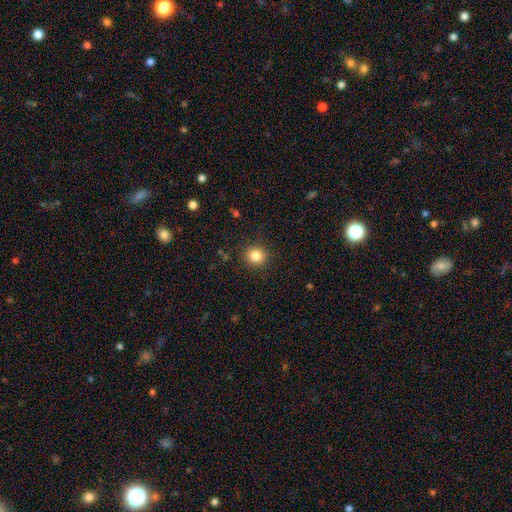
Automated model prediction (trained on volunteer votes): Smooth or featured? Predicted: smooth (p=0.83). How rounded? Predicted: round (p=0.91). Merging? Predicted: none (p=0.91).